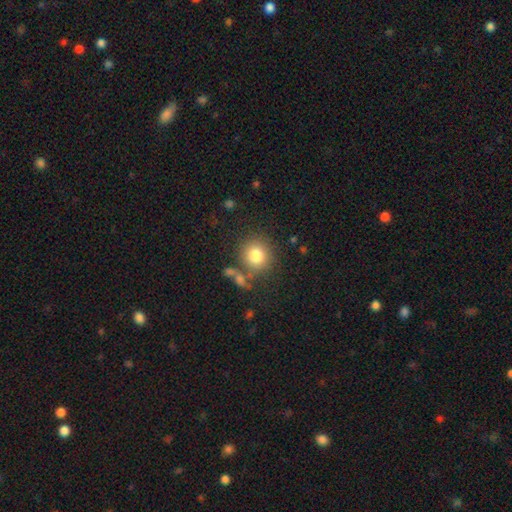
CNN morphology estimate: A smooth galaxy with no disk features (81%) that is round (89%).

Vote fractions:
- Smooth or featured? smooth: 81% / star or artifact: 11% / featured or disk: 9%
- How rounded? round: 89% / in between: 10% / cigar-shaped: 1%
- Merging? none: 76% / minor disturbance: 11% / merger: 9% / major disturbance: 5%